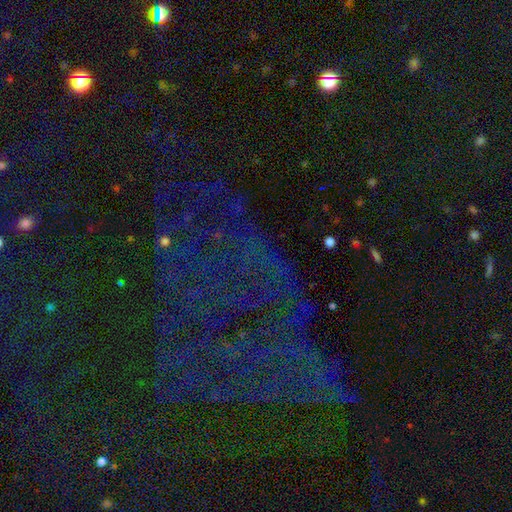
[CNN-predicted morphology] Smooth or featured? star or artifact (75%)